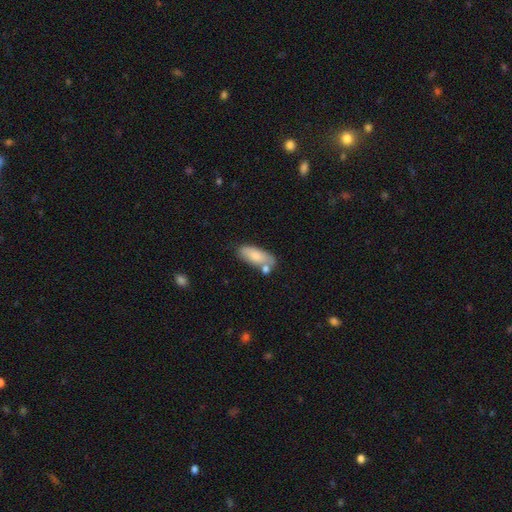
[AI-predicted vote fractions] smooth-or-featured: smooth: 80% | featured or disk: 14% | star or artifact: 6%
  how-rounded: in between: 81% | cigar-shaped: 16% | round: 2%
  merging: none: 55% | minor disturbance: 20% | merger: 19% | major disturbance: 6%